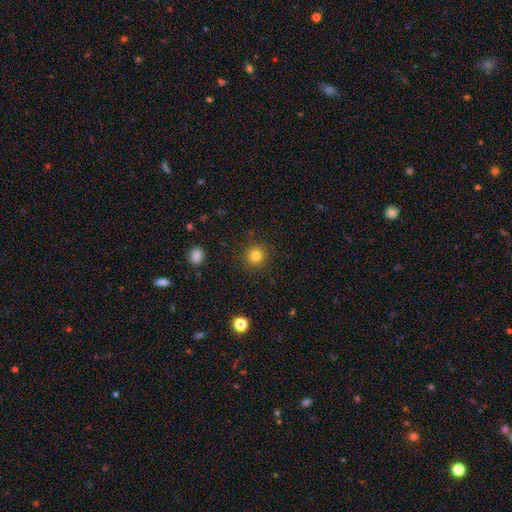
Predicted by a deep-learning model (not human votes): Overall: smooth (82%). How rounded: round (94%). Merging: none (91%).